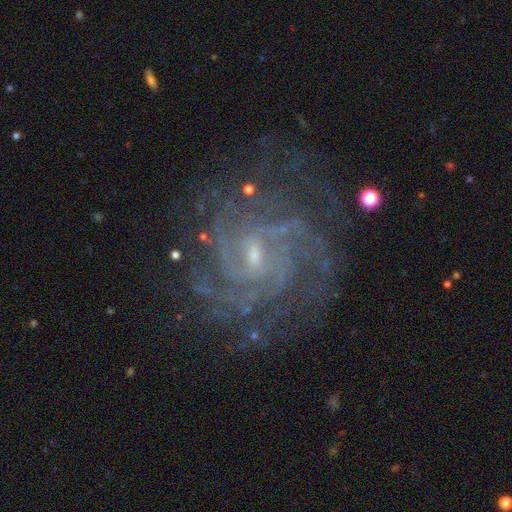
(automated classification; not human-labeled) Smooth or featured: featured or disk — 89% (star or artifact — 7%)
Edge-on disk: no — 98% (yes — 2%)
Bar: weak — 54% (no — 32%)
Spiral arms: yes — 98% (no — 2%)
Spiral winding: tight — 62% (medium — 32%)
Spiral arm count: can't tell — 25% (4 — 21%)
Bulge size: small — 74% (moderate — 19%)
Merging: none — 76% (minor disturbance — 14%)